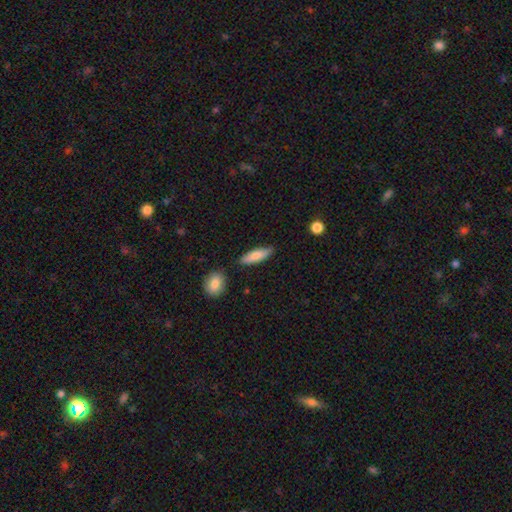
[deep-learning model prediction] The model was most divided on "how rounded": cigar-shaped: 53%, in between: 45%, round: 2%. More confident: merging — none (81%); smooth or featured — smooth (78%).